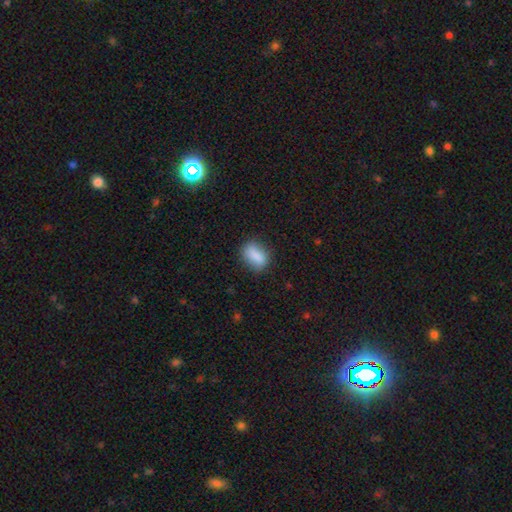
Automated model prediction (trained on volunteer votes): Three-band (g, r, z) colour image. It shows a smooth galaxy with no disk features (83%) that is in between round and cigar-shaped (77%). Merging: none (73%).